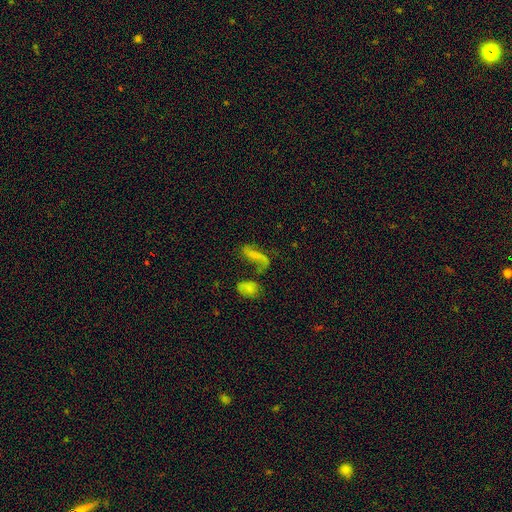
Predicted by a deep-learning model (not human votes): smooth-or-featured: featured or disk: 60% | smooth: 27% | star or artifact: 13%
  disk-edge-on: no: 93% | yes: 7%
    bar: no: 40% | weak: 34% | strong: 26%
    has-spiral-arms: yes: 82% | no: 18%
    bulge-size: none: 59% | small: 25% | moderate: 11% | large: 3% | dominant: 2%
  merging: none: 40% | merger: 25% | major disturbance: 19% | minor disturbance: 17%